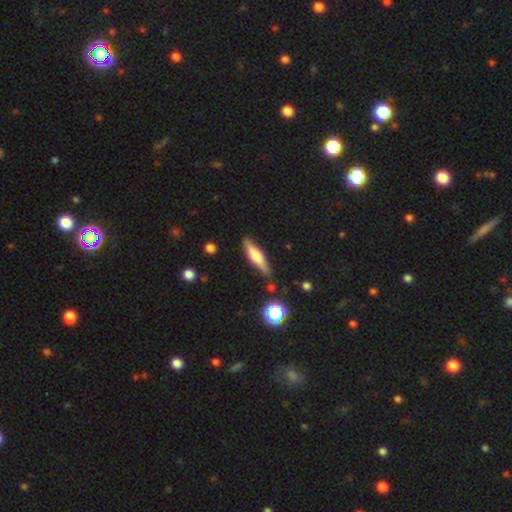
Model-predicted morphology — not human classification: A featured or disk galaxy (48%).

Vote fractions:
- Smooth or featured? featured or disk: 48% / smooth: 46% / star or artifact: 7%
- Merging? none: 82% / minor disturbance: 12% / merger: 3% / major disturbance: 2%